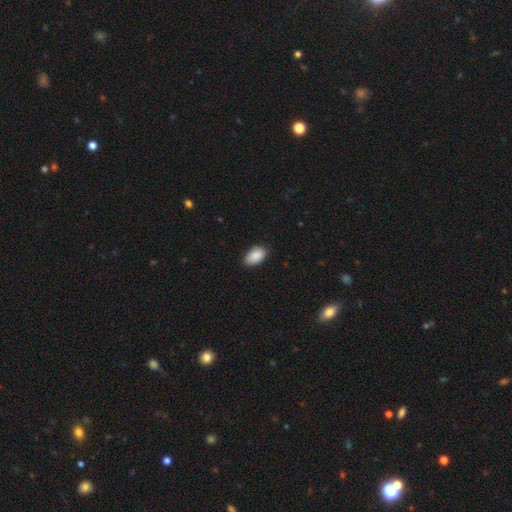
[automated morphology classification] Smooth or featured? Predicted: smooth (p=0.90). How rounded? Predicted: in between (p=0.93). Merging? Predicted: none (p=0.81).